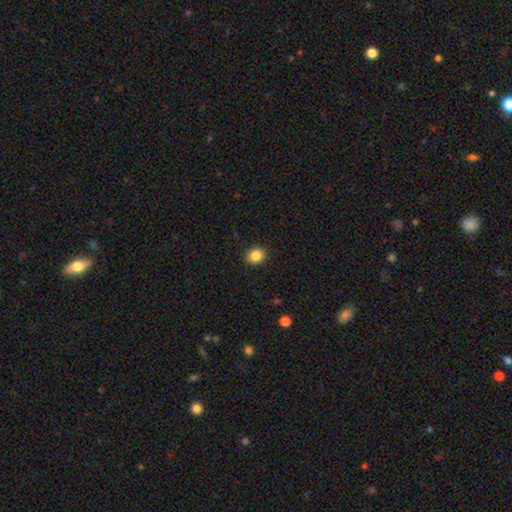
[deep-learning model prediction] This appears to be a smooth galaxy with no disk features (85%) that is round (74%). Merging: none (91%).